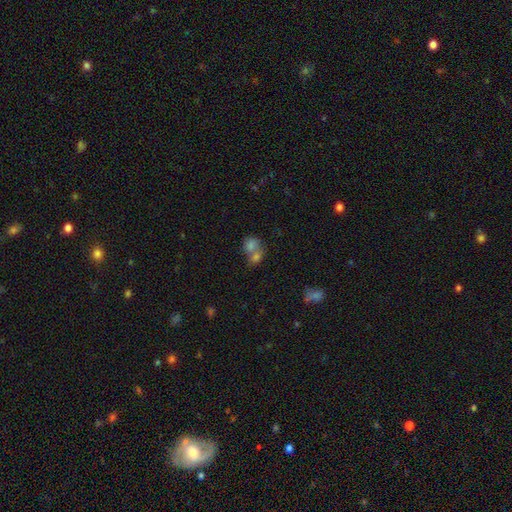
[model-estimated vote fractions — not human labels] Smooth or featured? smooth (65%)
How rounded? round (55%)
Merging? merger (59%)